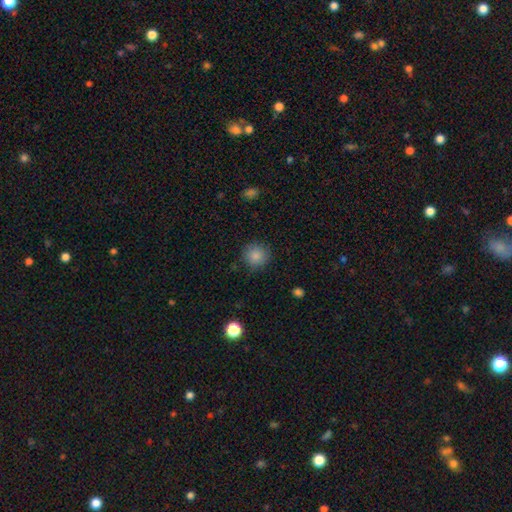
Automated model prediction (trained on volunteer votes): smooth 86%, star or artifact 9%, featured or disk 5%. Down the decision tree: how rounded — round (92%); merging — none (86%).